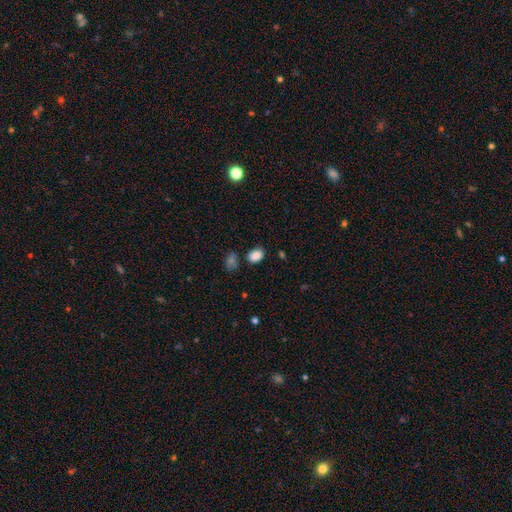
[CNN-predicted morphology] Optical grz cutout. It shows a smooth galaxy with no disk features (86%) that is in between round and cigar-shaped (81%). Merging: none (77%).